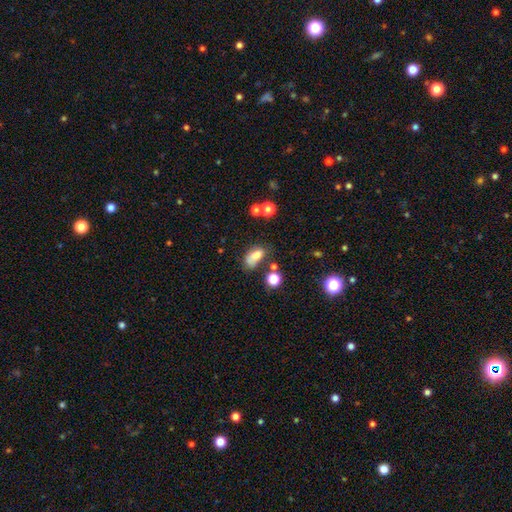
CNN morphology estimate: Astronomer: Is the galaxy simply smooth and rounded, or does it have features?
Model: smooth — 74%.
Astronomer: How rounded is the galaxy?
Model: in between — 84%.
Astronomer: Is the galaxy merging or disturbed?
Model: none — 40% (runner-up: minor disturbance, 27%).